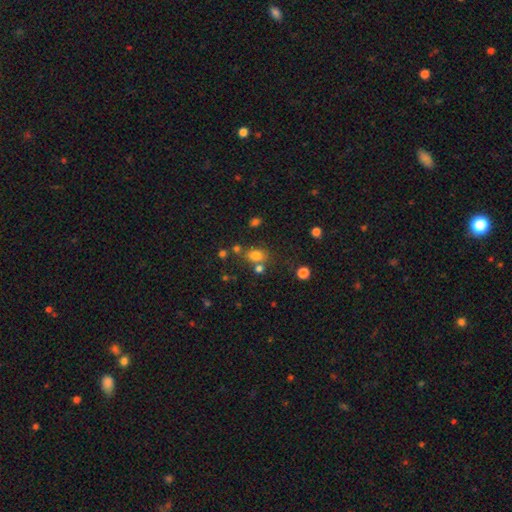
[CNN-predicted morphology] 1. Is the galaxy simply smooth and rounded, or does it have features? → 76% smooth, 17% star or artifact, 8% featured or disk.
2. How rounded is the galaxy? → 61% in between, 38% round, 1% cigar-shaped.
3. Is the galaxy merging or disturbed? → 64% none, 17% merger, 13% minor disturbance, 6% major disturbance.